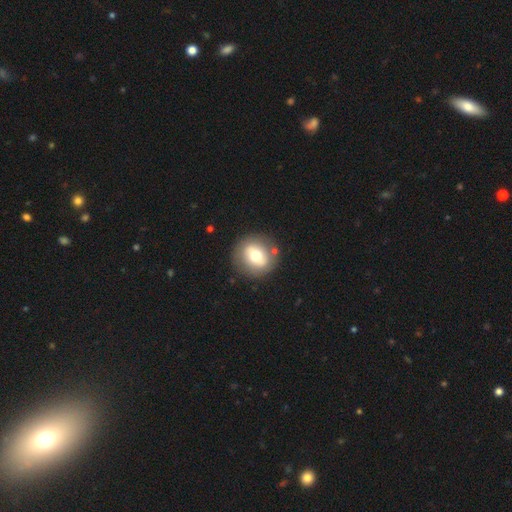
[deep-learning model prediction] The model was most divided on "smooth or featured": smooth: 62%, featured or disk: 30%, star or artifact: 8%. More confident: how rounded — round (88%); merging — none (84%).